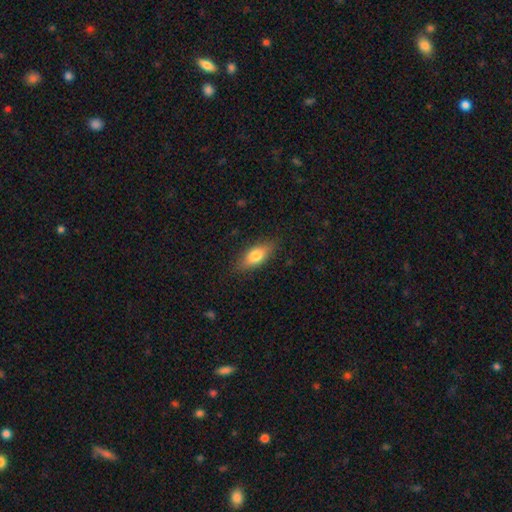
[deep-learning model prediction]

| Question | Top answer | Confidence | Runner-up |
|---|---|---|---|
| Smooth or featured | smooth | 73% | featured or disk (20%) |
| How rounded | in between | 75% | cigar-shaped (21%) |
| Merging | none | 85% | minor disturbance (12%) |